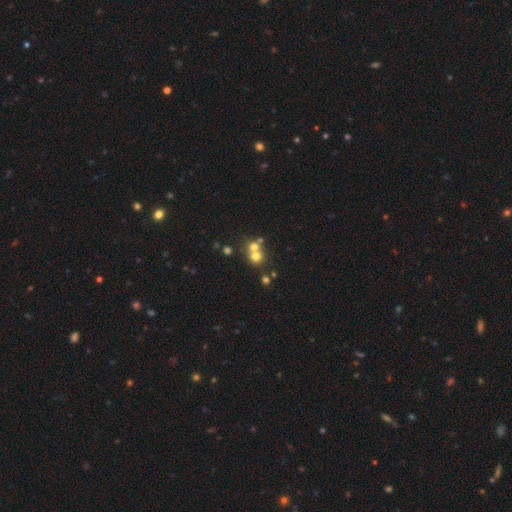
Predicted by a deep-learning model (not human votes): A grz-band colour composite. It shows a smooth galaxy with no disk features (65%) that is round (84%). Merging: merger (52%).